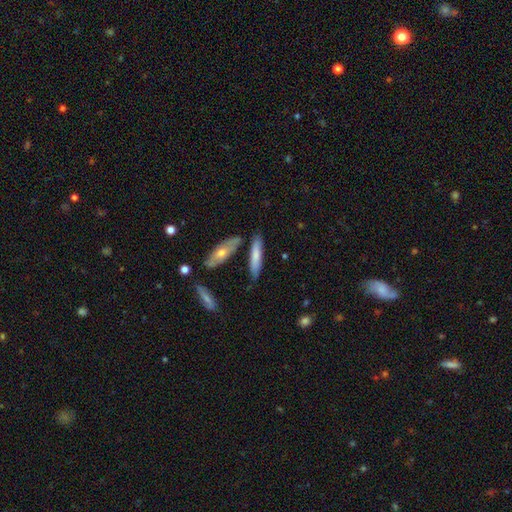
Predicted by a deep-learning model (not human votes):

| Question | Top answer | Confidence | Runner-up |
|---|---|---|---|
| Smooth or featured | smooth | 70% | featured or disk (24%) |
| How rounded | cigar-shaped | 77% | in between (21%) |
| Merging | none | 74% | minor disturbance (14%) |